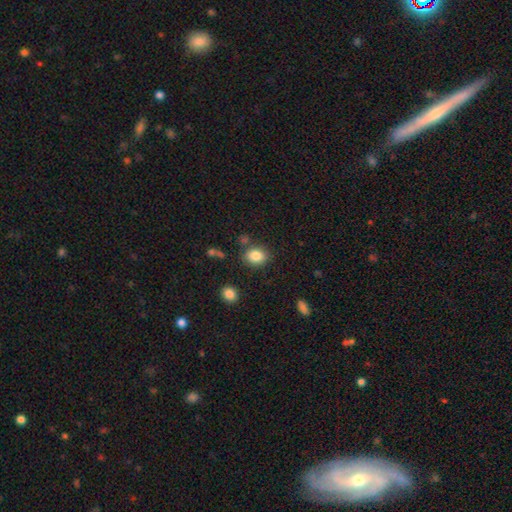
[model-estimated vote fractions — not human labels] This appears to be a smooth galaxy with no disk features (84%) that is in between round and cigar-shaped (53%). Merging: none (79%).